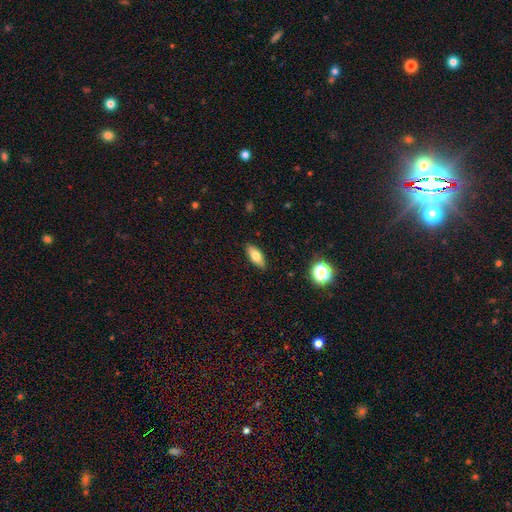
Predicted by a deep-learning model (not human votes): A smooth galaxy with no disk features (73%) that is in between round and cigar-shaped (75%). Merging: none (87%).